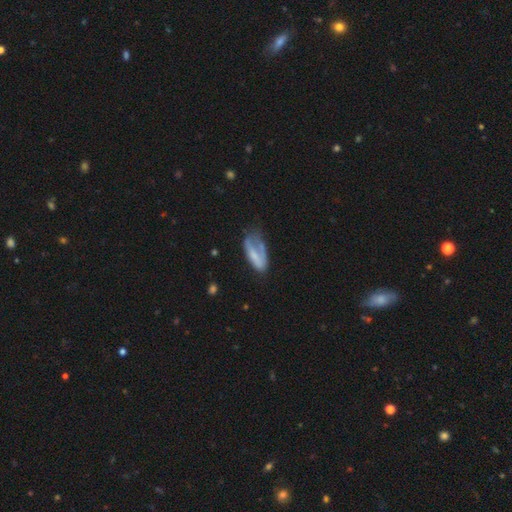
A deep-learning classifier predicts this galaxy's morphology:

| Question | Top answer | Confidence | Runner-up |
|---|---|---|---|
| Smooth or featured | smooth | 49% | featured or disk (43%) |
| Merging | major disturbance | 36% | none (30%) |